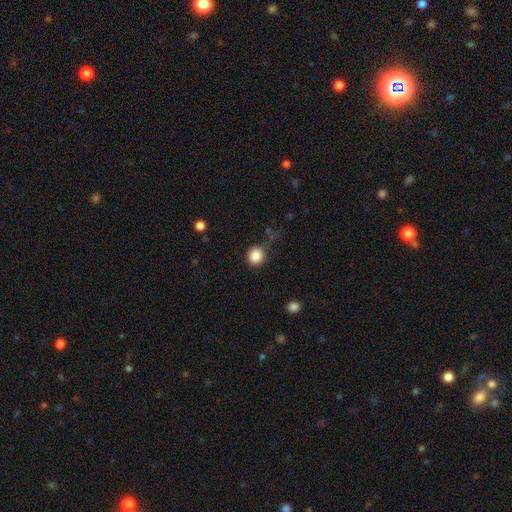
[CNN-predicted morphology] This appears to be a smooth galaxy with no disk features (86%) that is round (86%). Merging: none (72%).